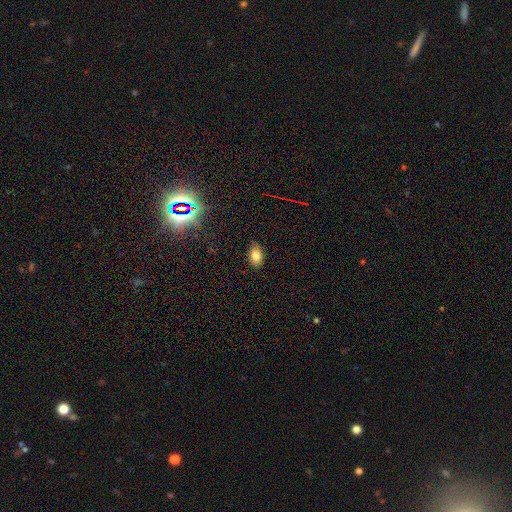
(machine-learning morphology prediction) type=smooth (79%); roundness=in between (89%); merging=none (86%).